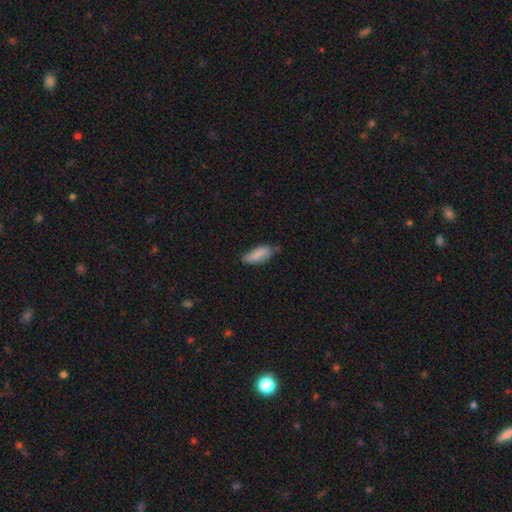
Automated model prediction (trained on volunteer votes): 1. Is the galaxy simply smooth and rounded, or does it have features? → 74% smooth, 19% featured or disk, 7% star or artifact.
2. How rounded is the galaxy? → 71% in between, 27% cigar-shaped, 2% round.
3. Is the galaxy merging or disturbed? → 63% none, 28% minor disturbance, 5% major disturbance, 3% merger.